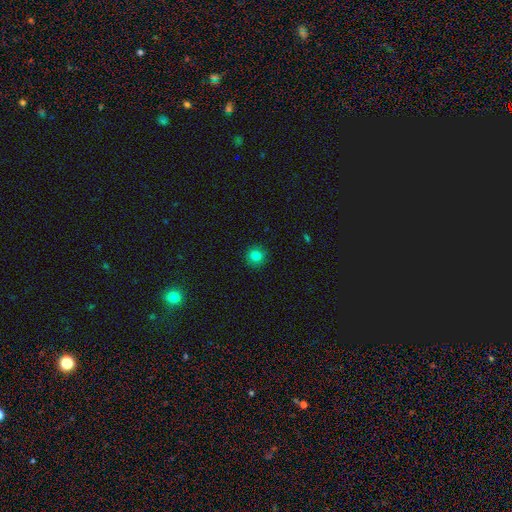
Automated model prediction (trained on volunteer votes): This is clearly a smooth galaxy (81%). How rounded: clearly round (94%). Merging: clearly none (92%).